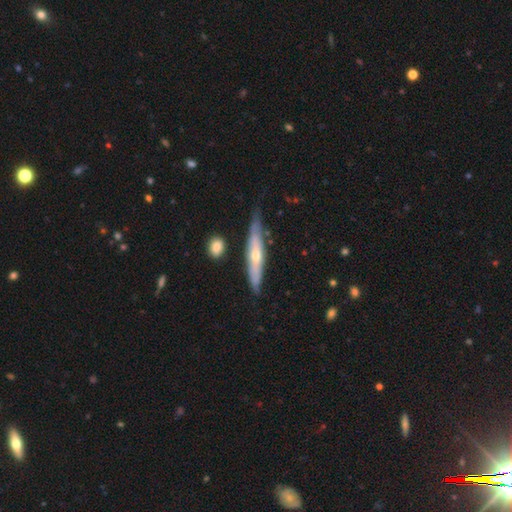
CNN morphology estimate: Smooth or featured? featured or disk (63%)
Edge-on disk? yes (81%)
Edge-on bulge? rounded (78%)
Merging? none (73%)